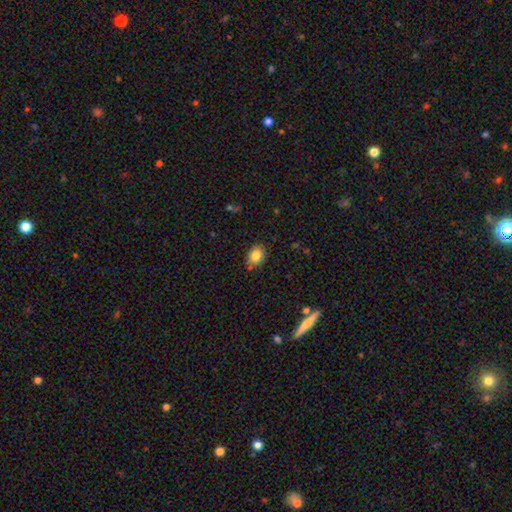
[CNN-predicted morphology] The model was most divided on "how rounded": in between: 51%, round: 48%, cigar-shaped: 1%. More confident: smooth or featured — smooth (83%); merging — none (78%).